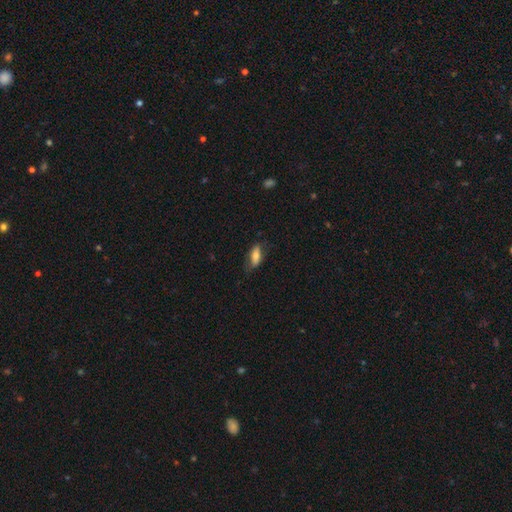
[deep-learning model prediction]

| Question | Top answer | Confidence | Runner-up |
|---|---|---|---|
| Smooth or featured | smooth | 67% | featured or disk (27%) |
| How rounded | in between | 73% | cigar-shaped (24%) |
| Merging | none | 66% | minor disturbance (24%) |